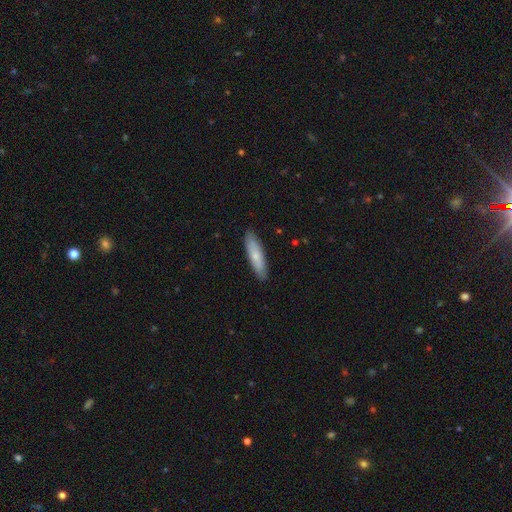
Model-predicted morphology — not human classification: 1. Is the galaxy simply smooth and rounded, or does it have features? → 73% smooth, 22% featured or disk, 5% star or artifact.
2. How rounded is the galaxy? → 72% cigar-shaped, 26% in between, 2% round.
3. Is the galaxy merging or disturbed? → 89% none, 9% minor disturbance, 2% major disturbance, 1% merger.